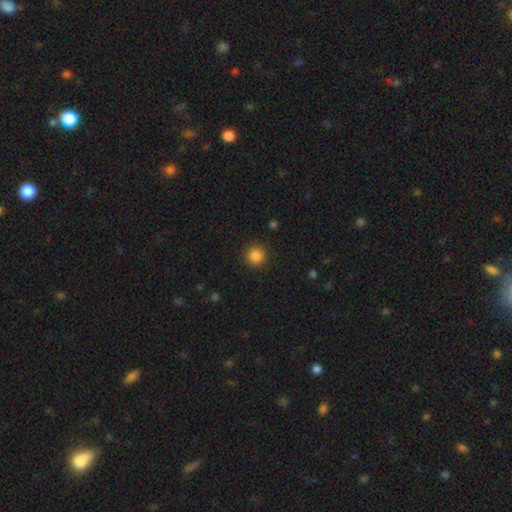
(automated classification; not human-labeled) Q: Smooth or featured?
A: smooth (86%); runner-up: star or artifact (11%)
Q: How rounded?
A: round (95%); runner-up: in between (4%)
Q: Merging?
A: none (91%); runner-up: minor disturbance (6%)